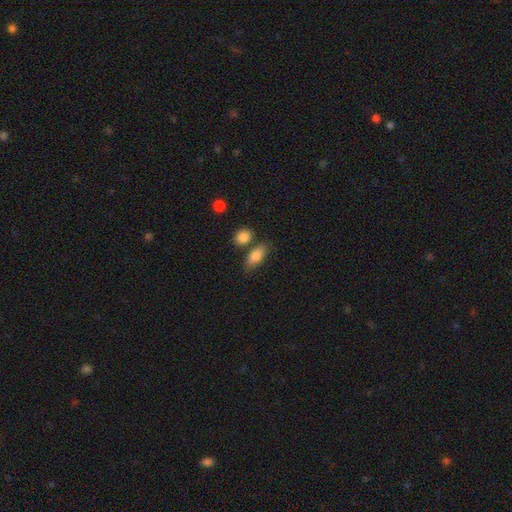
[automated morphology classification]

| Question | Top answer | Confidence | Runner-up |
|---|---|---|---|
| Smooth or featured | smooth | 82% | featured or disk (11%) |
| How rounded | in between | 82% | cigar-shaped (13%) |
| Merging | none | 68% | merger (15%) |